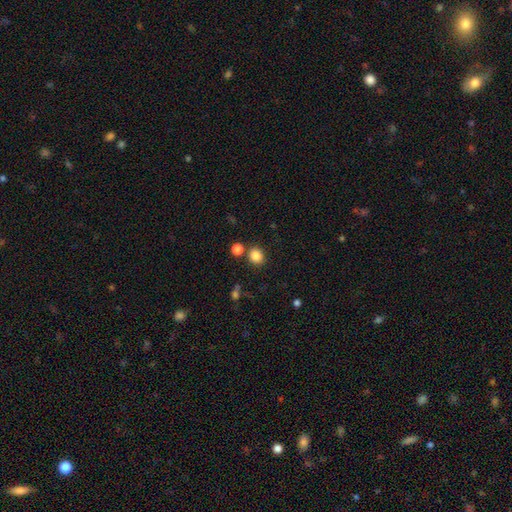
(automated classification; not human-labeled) A smooth galaxy with no disk features (84%) that is round (72%).

Vote fractions:
- Smooth or featured? smooth: 84% / star or artifact: 11% / featured or disk: 5%
- How rounded? round: 72% / in between: 27% / cigar-shaped: 1%
- Merging? none: 79% / merger: 10% / minor disturbance: 8% / major disturbance: 3%